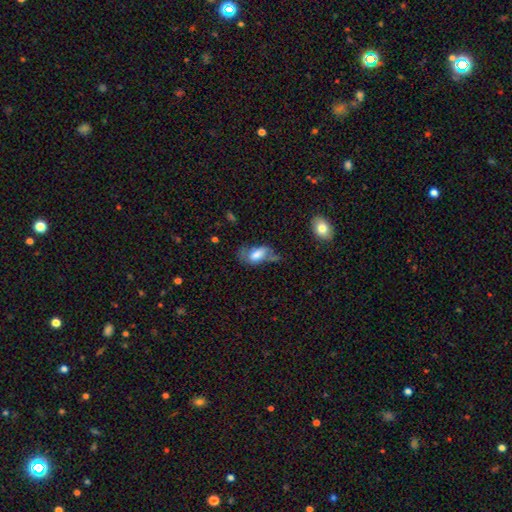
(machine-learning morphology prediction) The model was most divided on "merging": none: 32%, major disturbance: 30%, minor disturbance: 30%, merger: 9%. More confident: how rounded — in between (91%); smooth or featured — smooth (65%).